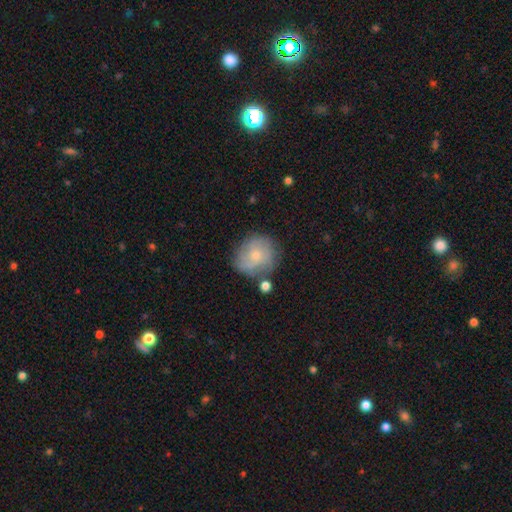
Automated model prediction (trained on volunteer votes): Smooth or featured?
  - smooth: 51% *
  - featured or disk: 40%
  - star or artifact: 8%
How rounded?
  - round: 82% *
  - in between: 17%
  - cigar-shaped: 1%
Merging?
  - none: 66% *
  - minor disturbance: 20%
  - major disturbance: 7%
  - merger: 7%